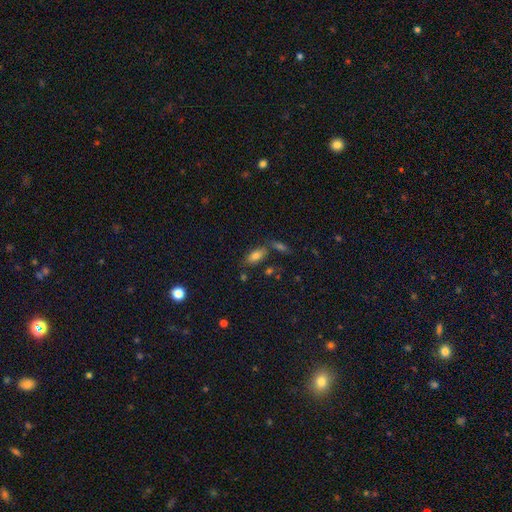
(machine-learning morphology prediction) A smooth galaxy with no disk features (77%) that is in between round and cigar-shaped (82%).

Vote fractions:
- Smooth or featured? smooth: 77% / featured or disk: 14% / star or artifact: 10%
- How rounded? in between: 82% / cigar-shaped: 15% / round: 3%
- Merging? none: 67% / merger: 15% / minor disturbance: 14% / major disturbance: 4%